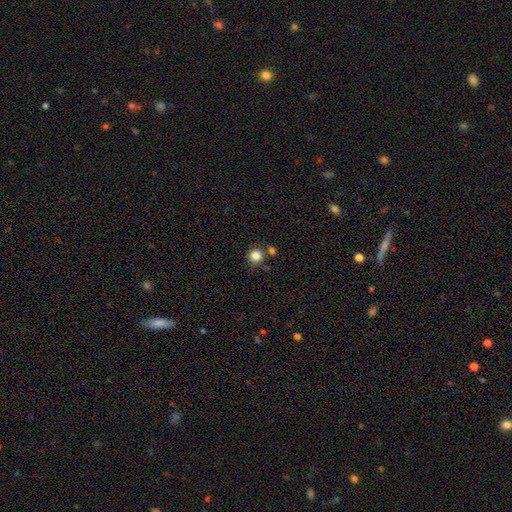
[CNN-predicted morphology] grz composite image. It shows a smooth galaxy with no disk features (84%) that is round (94%). Merging: none (77%).